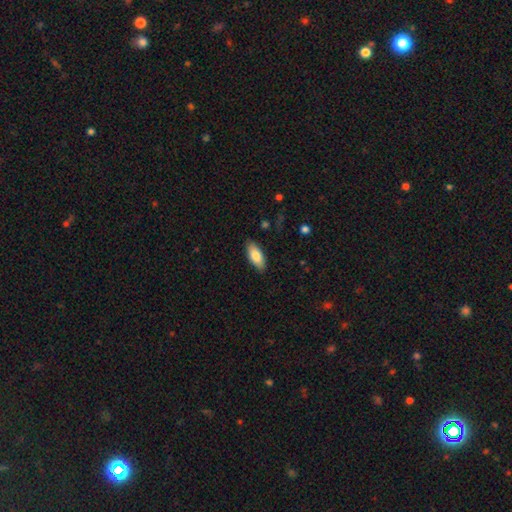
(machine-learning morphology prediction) A smooth galaxy with no disk features (82%) that is in between round and cigar-shaped (84%). Merging: none (87%).